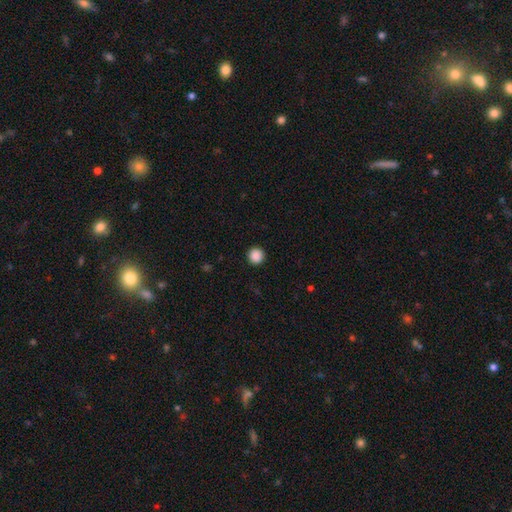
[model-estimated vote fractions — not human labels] Morphology: type=smooth (89%); roundness=round (96%); merging=none (93%).